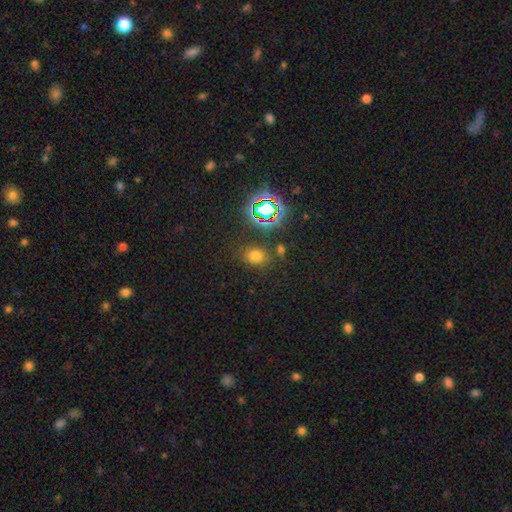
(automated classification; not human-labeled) Morphology: type=smooth (66%); roundness=in between (57%); merging=none (80%).